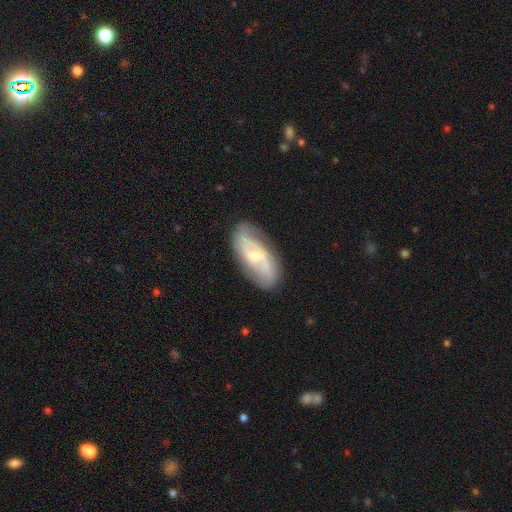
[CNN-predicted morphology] Smooth or featured? Predicted: featured or disk (p=0.73). Edge-on disk? Predicted: no (p=0.94). Bar? Predicted: weak (p=0.53). Spiral arms? Predicted: yes (p=0.90). Spiral winding? Predicted: loose (p=0.42). Spiral arm count? Predicted: 2 (p=0.82). Bulge size? Predicted: small (p=0.47). Merging? Predicted: none (p=0.79).